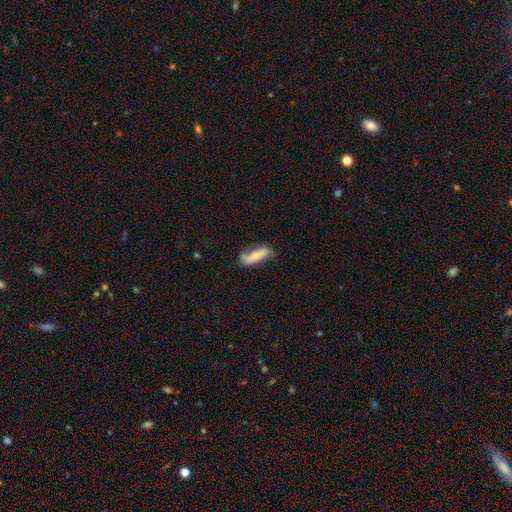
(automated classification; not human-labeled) This is possibly a featured or disk galaxy (51%). It is likely not viewed edge-on (70%). Merging: likely none (65%).